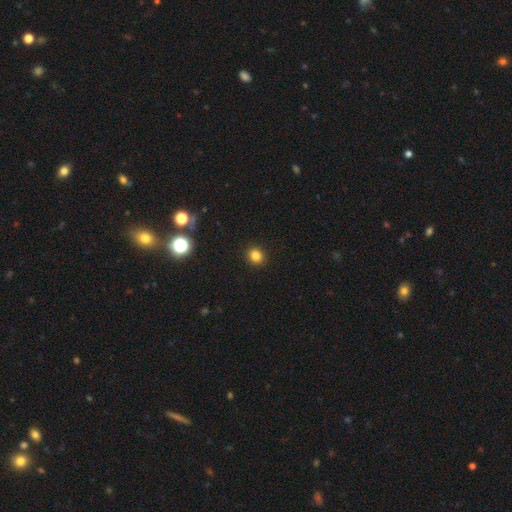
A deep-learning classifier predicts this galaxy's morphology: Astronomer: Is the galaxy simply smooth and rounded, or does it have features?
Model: smooth — 82%.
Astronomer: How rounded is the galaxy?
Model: round — 86%.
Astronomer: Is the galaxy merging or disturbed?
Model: none — 92%.